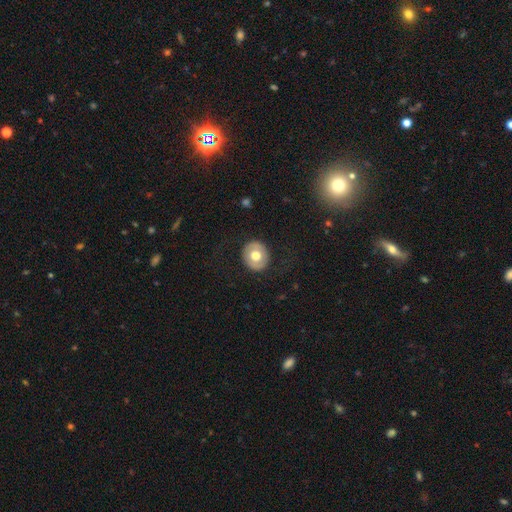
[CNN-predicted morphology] smooth 62%, featured or disk 31%, star or artifact 7%. Down the decision tree: how rounded — round (79%); merging — none (87%).